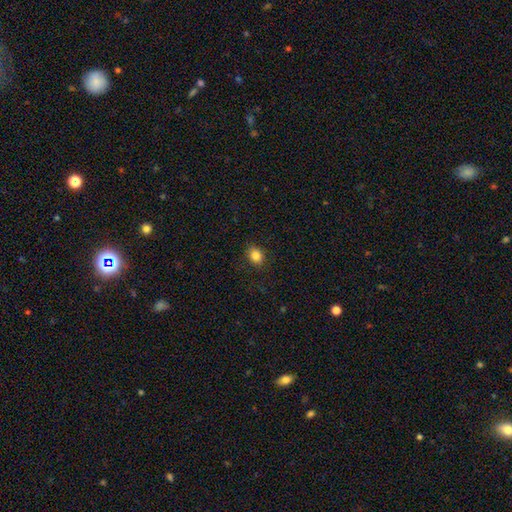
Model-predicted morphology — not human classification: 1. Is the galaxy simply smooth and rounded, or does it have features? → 84% smooth, 10% star or artifact, 6% featured or disk.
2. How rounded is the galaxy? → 51% in between, 48% round, 1% cigar-shaped.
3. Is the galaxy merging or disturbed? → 87% none, 10% minor disturbance, 3% major disturbance, 1% merger.